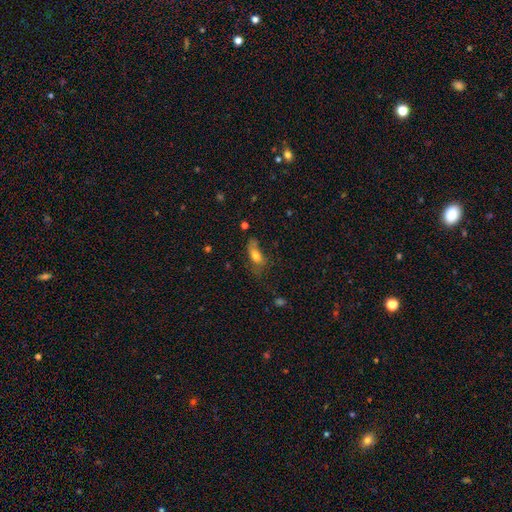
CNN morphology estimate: This is likely a smooth galaxy (70%). How rounded: likely in between (79%). Merging: marginally none (39%).